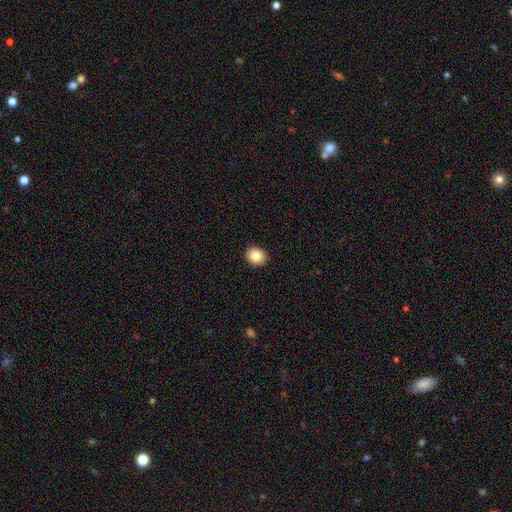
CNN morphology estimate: The model was most divided on "how rounded": round: 79%, in between: 20%, cigar-shaped: 1%. More confident: merging — none (92%); smooth or featured — smooth (83%).